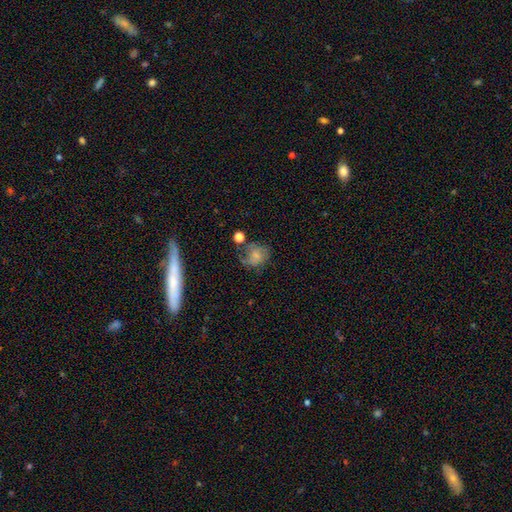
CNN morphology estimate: smooth_or_featured: smooth (p=0.57) [alt: featured or disk p=0.31]
how_rounded: round (p=0.65) [alt: in between p=0.34]
merging: none (p=0.47) [alt: minor disturbance p=0.26]